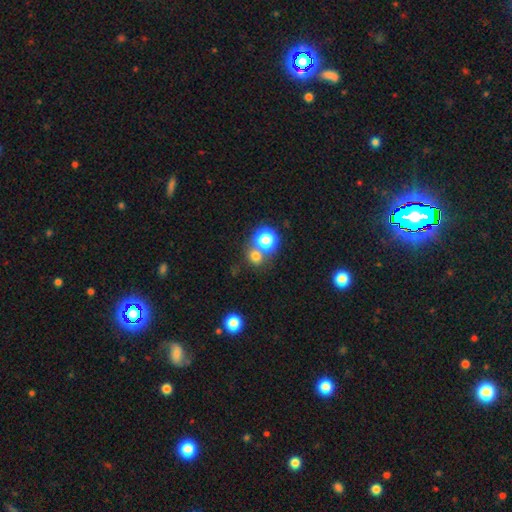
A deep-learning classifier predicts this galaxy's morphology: A smooth galaxy with no disk features (69%) that is round (80%). Merging: none (59%).